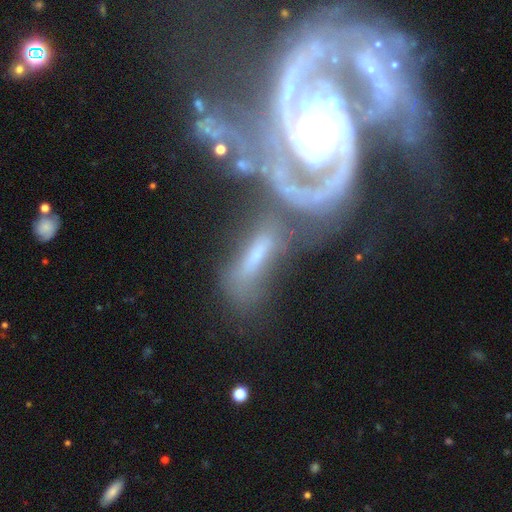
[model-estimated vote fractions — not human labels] The model was most divided on "merging": merger: 33%, none: 31%, major disturbance: 19%, minor disturbance: 17%. More confident: edge-on disk — no (77%); smooth or featured — featured or disk (55%).